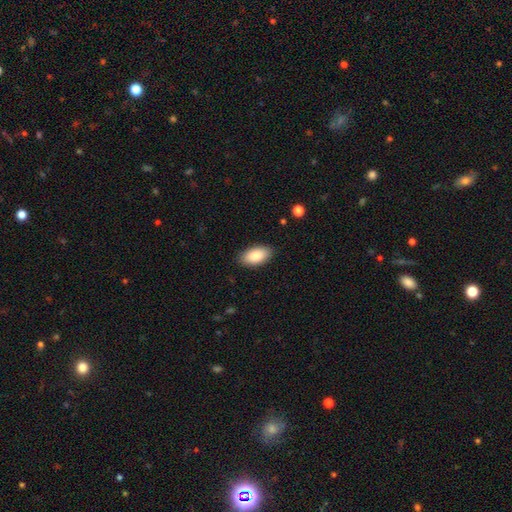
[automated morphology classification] type=smooth (89%); roundness=in between (95%); merging=none (87%).